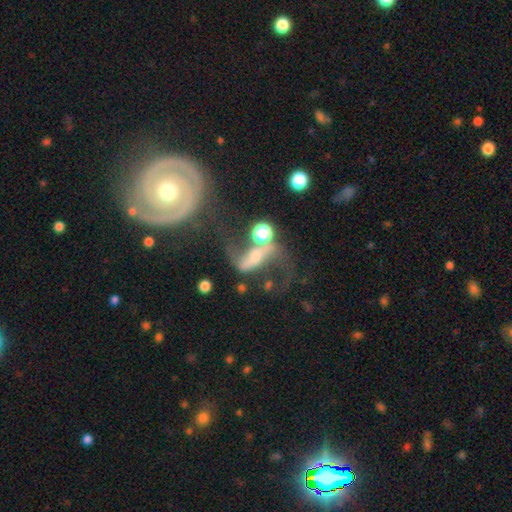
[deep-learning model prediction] Smooth or featured? Predicted: featured or disk (p=0.77). Edge-on disk? Predicted: no (p=0.91). Bar? Predicted: strong (p=0.38). Spiral arms? Predicted: yes (p=0.89). Spiral winding? Predicted: loose (p=0.85). Spiral arm count? Predicted: 2 (p=0.90). Bulge size? Predicted: moderate (p=0.42). Merging? Predicted: none (p=0.40).